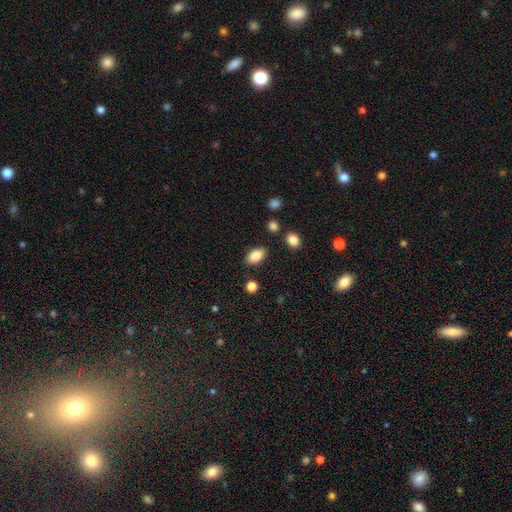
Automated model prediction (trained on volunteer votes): Morphology: type=smooth (84%); roundness=in between (91%); merging=none (84%).